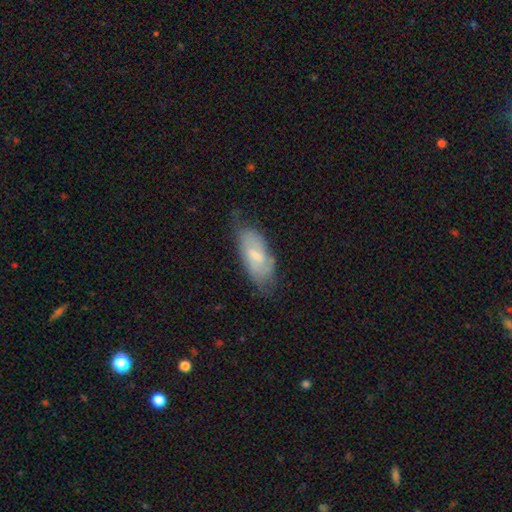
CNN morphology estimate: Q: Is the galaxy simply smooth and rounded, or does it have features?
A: smooth — 56%.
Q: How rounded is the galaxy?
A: in between — 83%.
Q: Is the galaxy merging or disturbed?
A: none — 58%.